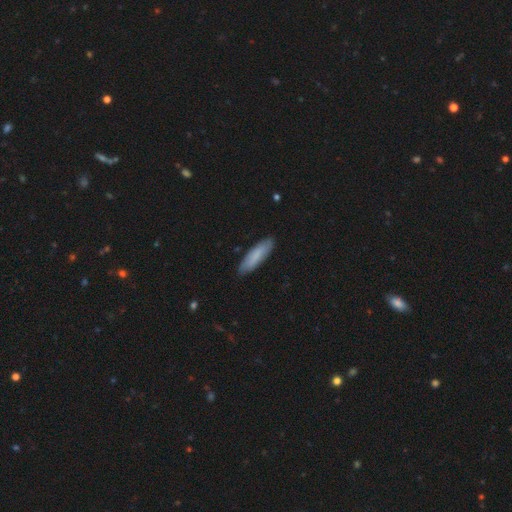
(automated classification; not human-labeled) A smooth galaxy with no disk features (81%) that is cigar-shaped (66%).

Vote fractions:
- Smooth or featured? smooth: 81% / featured or disk: 14% / star or artifact: 6%
- How rounded? cigar-shaped: 66% / in between: 33% / round: 1%
- Merging? none: 88% / minor disturbance: 10% / major disturbance: 2% / merger: 1%